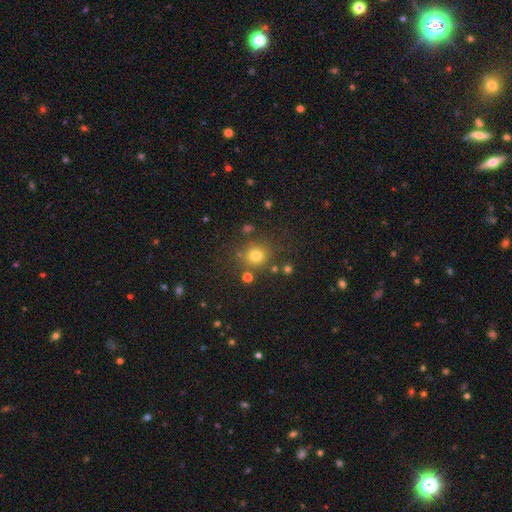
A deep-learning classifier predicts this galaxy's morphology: Smooth or featured? Predicted: smooth (p=0.77). How rounded? Predicted: round (p=0.87). Merging? Predicted: none (p=0.80).